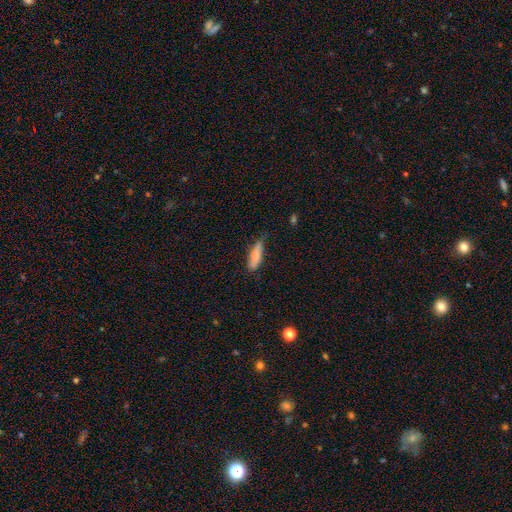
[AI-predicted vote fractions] This is likely a smooth galaxy (80%). How rounded: possibly cigar-shaped (50%). Merging: possibly none (48%).